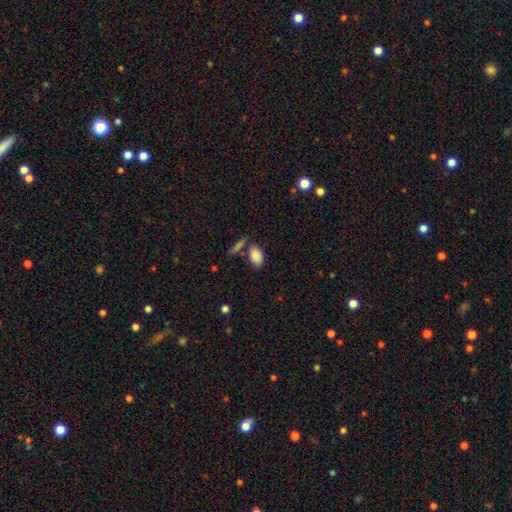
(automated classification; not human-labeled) The model was most divided on "merging": none: 67%, merger: 15%, minor disturbance: 14%, major disturbance: 4%. More confident: how rounded — in between (91%); smooth or featured — smooth (87%).